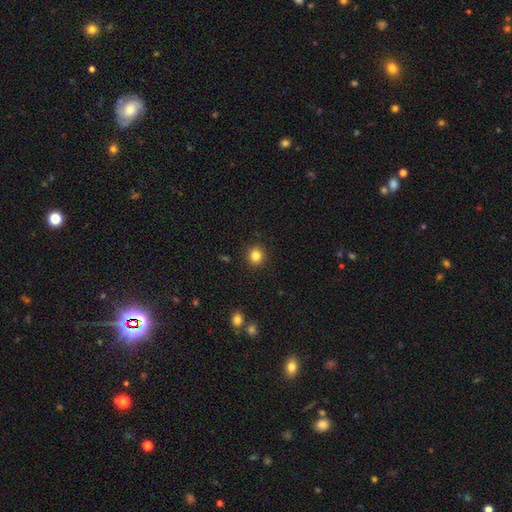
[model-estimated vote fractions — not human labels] Morphology: type=smooth (84%); roundness=round (89%); merging=none (91%).